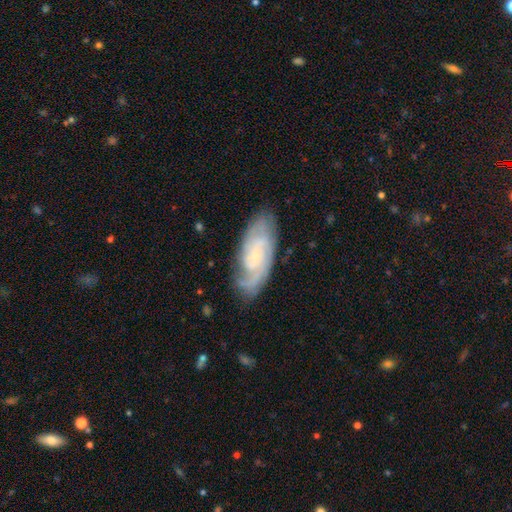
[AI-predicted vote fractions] smooth-or-featured: featured or disk: 81% | smooth: 13% | star or artifact: 6%
  disk-edge-on: no: 94% | yes: 6%
    bar: no: 60% | weak: 34% | strong: 6%
    has-spiral-arms: yes: 96% | no: 4%
      spiral-winding: tight: 53% | medium: 37% | loose: 10%
      spiral-arm-count: 2: 44% | can't tell: 25% | 3: 17% | 1: 5% | 4: 5% | more than 4: 4%
    bulge-size: small: 75% | moderate: 14% | none: 8% | large: 1% | dominant: 1%
  merging: none: 76% | minor disturbance: 17% | major disturbance: 5% | merger: 1%